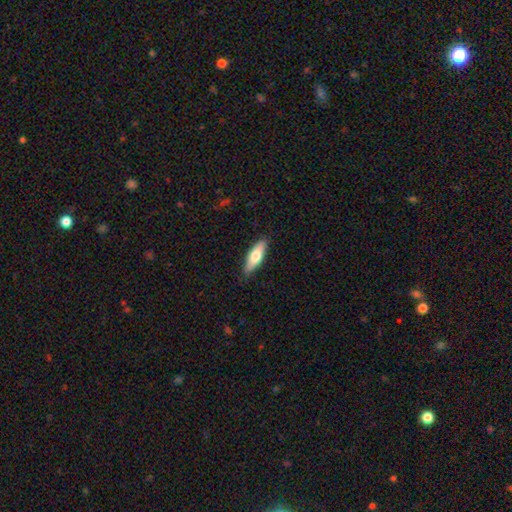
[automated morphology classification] A smooth galaxy with no disk features (66%) that is in between round and cigar-shaped (54%). Merging: none (86%).